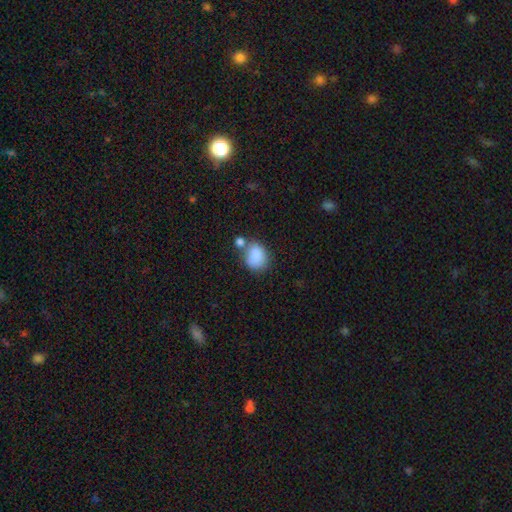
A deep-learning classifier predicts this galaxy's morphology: The model was most divided on "how rounded": in between: 53%, round: 45%, cigar-shaped: 1%. Remaining: smooth or featured — smooth (85%); merging — none (47%).